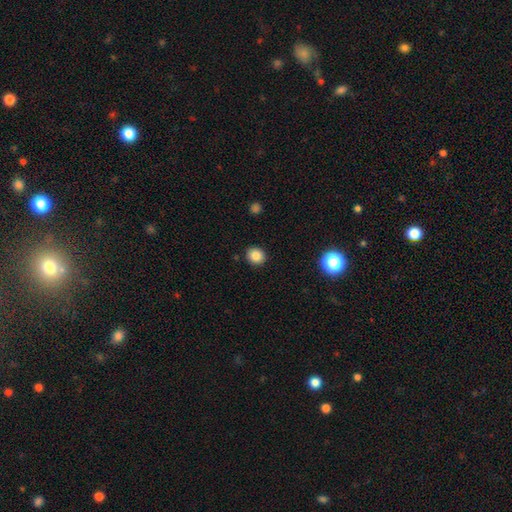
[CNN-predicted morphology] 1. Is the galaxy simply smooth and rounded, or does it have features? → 84% smooth, 11% star or artifact, 5% featured or disk.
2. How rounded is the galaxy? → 81% round, 19% in between, 1% cigar-shaped.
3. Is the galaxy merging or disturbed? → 91% none, 6% minor disturbance, 2% major disturbance, 1% merger.